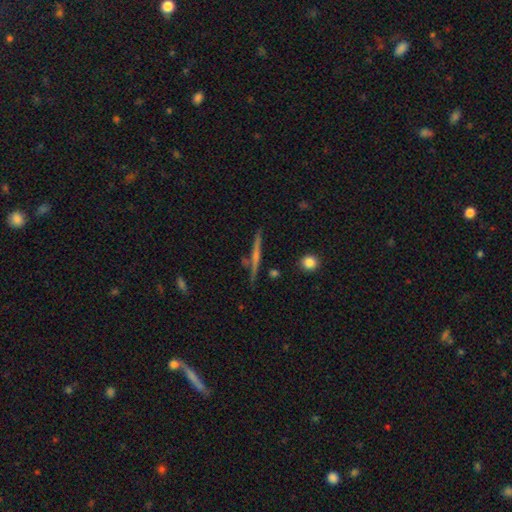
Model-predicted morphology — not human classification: smooth-or-featured: featured or disk: 54% | smooth: 38% | star or artifact: 8%
  disk-edge-on: yes: 96% | no: 4%
    edge-on-bulge: none: 62% | rounded: 27% | boxy: 11%
  merging: none: 80% | minor disturbance: 12% | merger: 5% | major disturbance: 3%